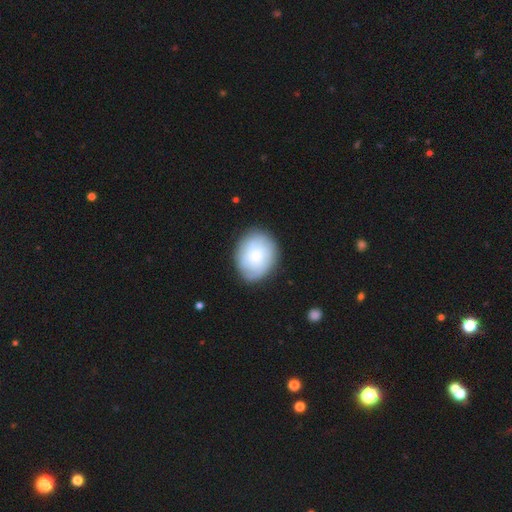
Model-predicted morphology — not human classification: Overall: smooth (53%; featured or disk 40%). How rounded: in between (53%; round 46%). Merging: none (81%).